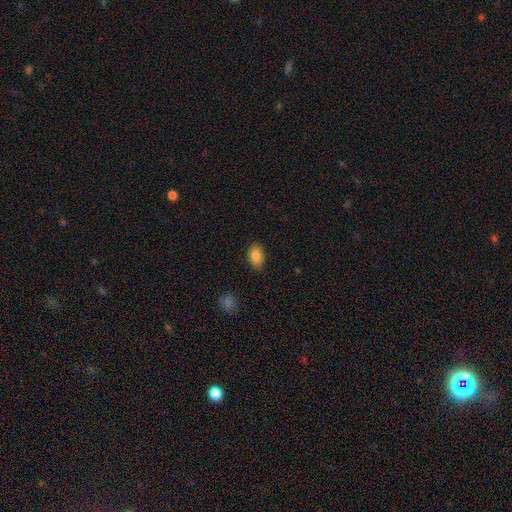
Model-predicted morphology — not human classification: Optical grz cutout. It shows a smooth galaxy with no disk features (85%) that is in between round and cigar-shaped (89%). Merging: none (84%).